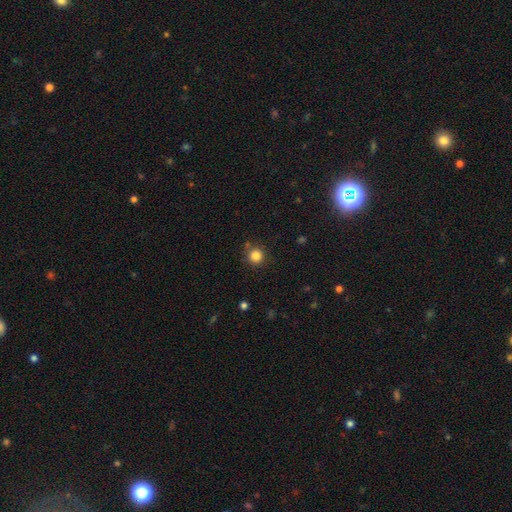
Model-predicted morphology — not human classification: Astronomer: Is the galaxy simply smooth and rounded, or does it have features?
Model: smooth — 84%.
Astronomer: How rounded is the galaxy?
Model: round — 94%.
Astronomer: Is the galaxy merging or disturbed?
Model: none — 84%.